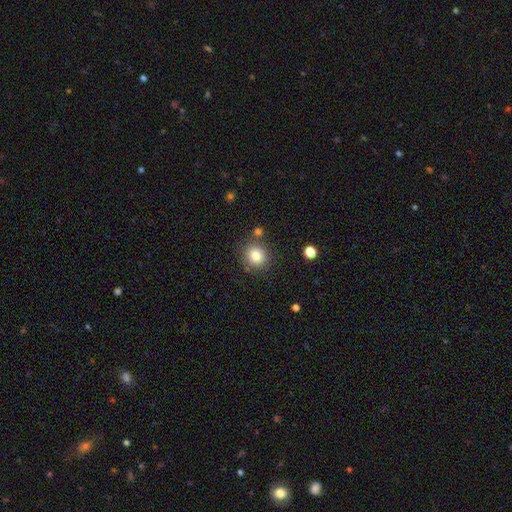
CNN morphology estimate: This is clearly a smooth galaxy (81%). How rounded: clearly round (88%). Merging: clearly none (81%).